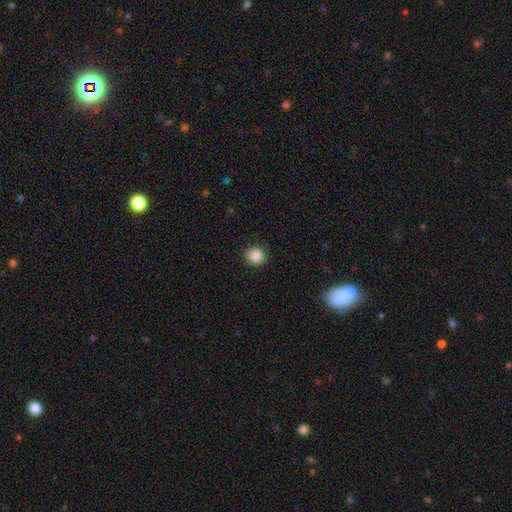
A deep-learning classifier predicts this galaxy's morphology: A smooth galaxy with no disk features (87%) that is round (85%). Merging: none (89%).